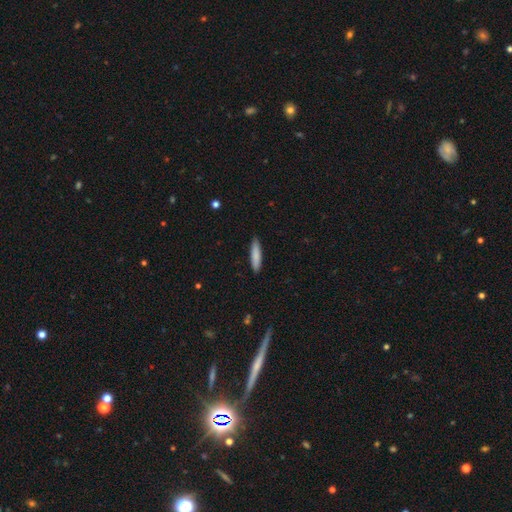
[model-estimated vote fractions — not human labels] Q: Smooth or featured?
A: smooth (83%); runner-up: featured or disk (11%)
Q: How rounded?
A: cigar-shaped (83%); runner-up: in between (16%)
Q: Merging?
A: none (89%); runner-up: minor disturbance (8%)